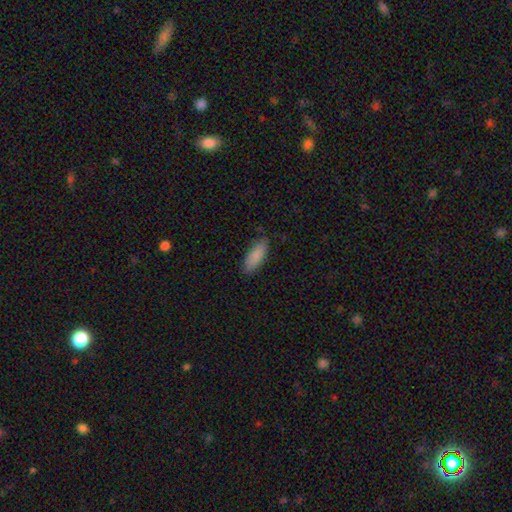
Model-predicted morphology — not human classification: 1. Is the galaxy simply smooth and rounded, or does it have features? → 87% smooth, 7% featured or disk, 6% star or artifact.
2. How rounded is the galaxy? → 68% in between, 30% cigar-shaped, 2% round.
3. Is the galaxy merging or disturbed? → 80% none, 16% minor disturbance, 3% major disturbance, 1% merger.